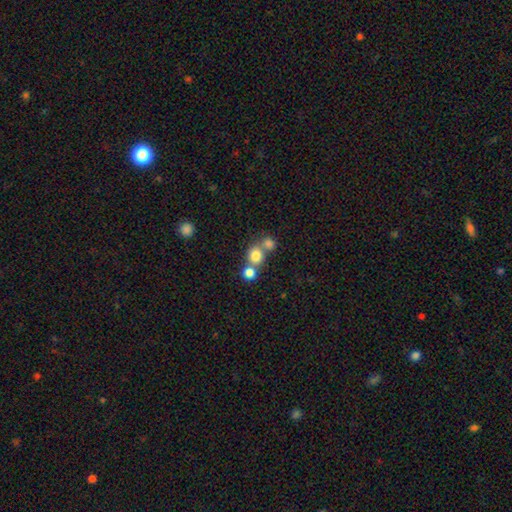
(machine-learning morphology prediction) Smooth or featured? smooth (77%)
How rounded? round (85%)
Merging? none (48%)